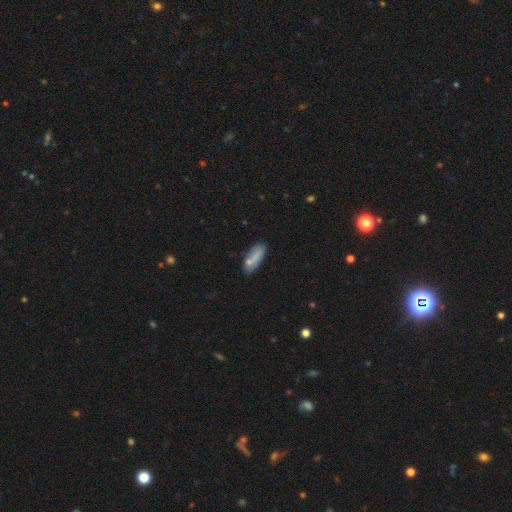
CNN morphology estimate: A smooth galaxy with no disk features (68%) that is in between round and cigar-shaped (58%). Merging: none (75%).